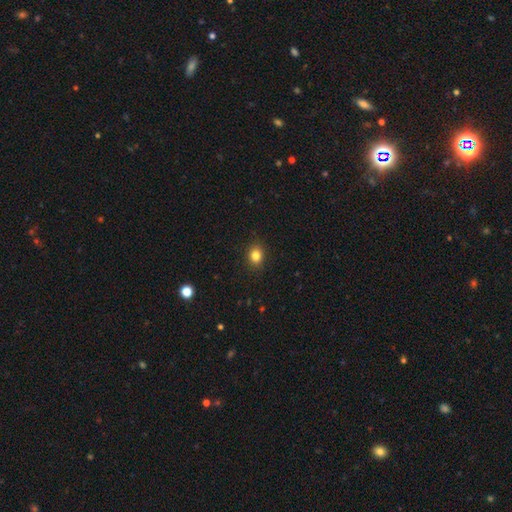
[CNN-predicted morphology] Overall: smooth (83%). How rounded: round (57%; in between 42%). Merging: none (89%).